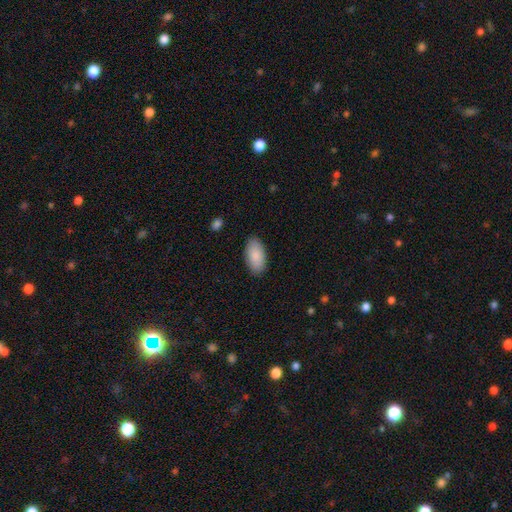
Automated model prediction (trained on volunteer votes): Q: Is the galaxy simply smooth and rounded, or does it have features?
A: smooth — 89%.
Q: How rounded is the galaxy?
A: in between — 95%.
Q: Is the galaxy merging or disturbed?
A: none — 88%.